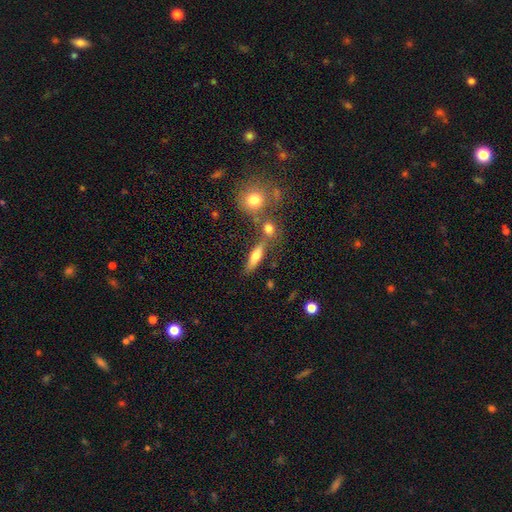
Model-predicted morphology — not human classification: Smooth or featured: smooth — 63% (featured or disk — 28%)
How rounded: cigar-shaped — 49% (in between — 42%)
Merging: none — 65% (merger — 17%)